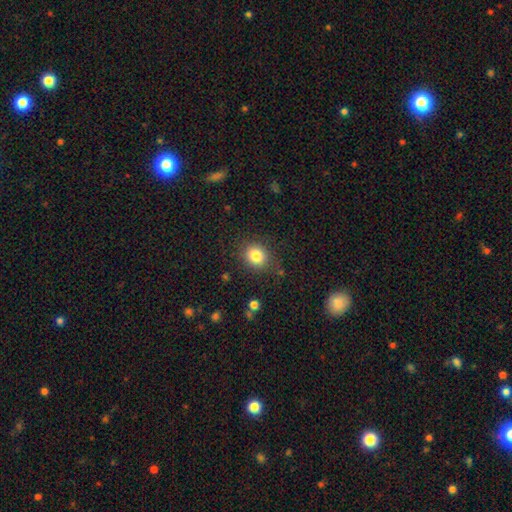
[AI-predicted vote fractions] A smooth galaxy with no disk features (83%) that is round (69%). Merging: none (83%).